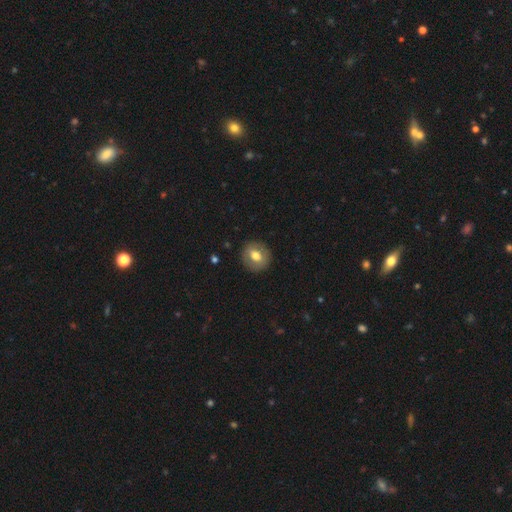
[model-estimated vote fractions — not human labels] A smooth galaxy with no disk features (66%) that is round (78%). Merging: none (88%).